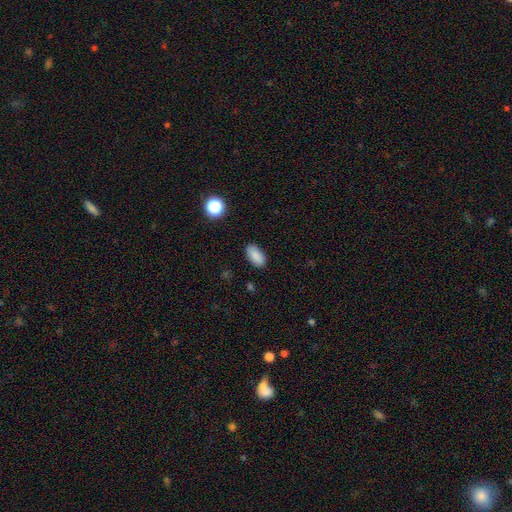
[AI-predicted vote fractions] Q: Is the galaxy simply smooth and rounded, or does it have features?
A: smooth — 87%.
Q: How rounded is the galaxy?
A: in between — 92%.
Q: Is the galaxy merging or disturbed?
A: none — 86%.